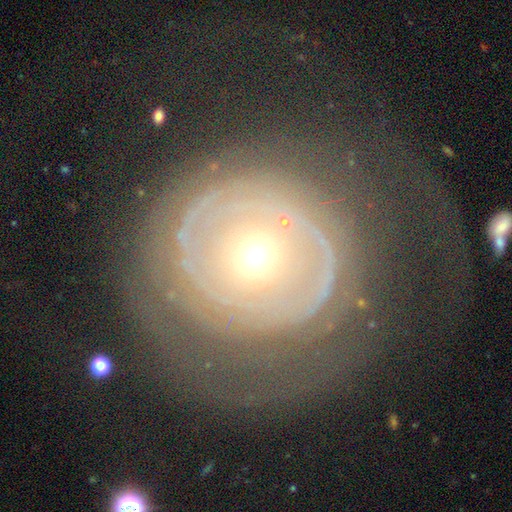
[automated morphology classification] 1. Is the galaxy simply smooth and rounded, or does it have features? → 75% featured or disk, 18% smooth, 8% star or artifact.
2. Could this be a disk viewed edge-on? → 96% no, 4% yes.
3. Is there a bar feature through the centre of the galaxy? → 85% no, 11% weak, 4% strong.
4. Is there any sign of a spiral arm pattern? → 60% yes, 40% no.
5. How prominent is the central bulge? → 63% small, 31% moderate, 3% large, 1% dominant, 1% none.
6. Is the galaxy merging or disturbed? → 49% none, 31% major disturbance, 17% minor disturbance, 3% merger.